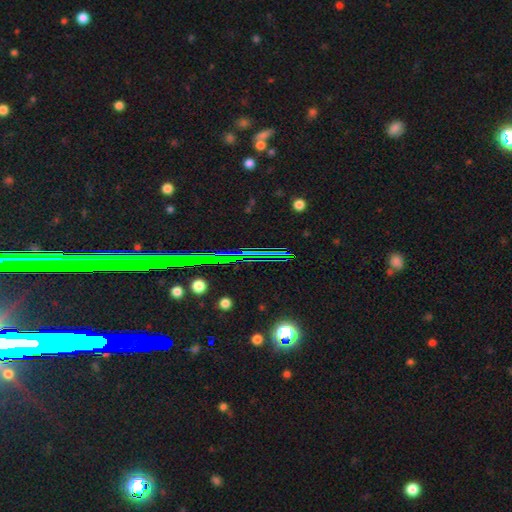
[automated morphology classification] Smooth or featured?
  - star or artifact: 76% *
  - smooth: 13%
  - featured or disk: 11%